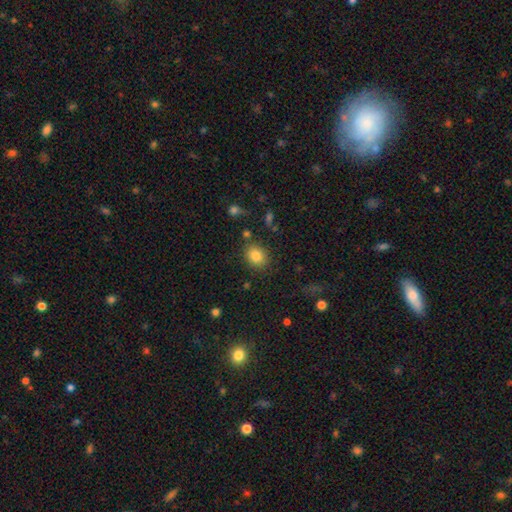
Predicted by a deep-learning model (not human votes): Smooth or featured?
  - smooth: 82% *
  - star or artifact: 11%
  - featured or disk: 7%
How rounded?
  - round: 51% *
  - in between: 48%
  - cigar-shaped: 1%
Merging?
  - none: 82% *
  - minor disturbance: 11%
  - merger: 4%
  - major disturbance: 4%